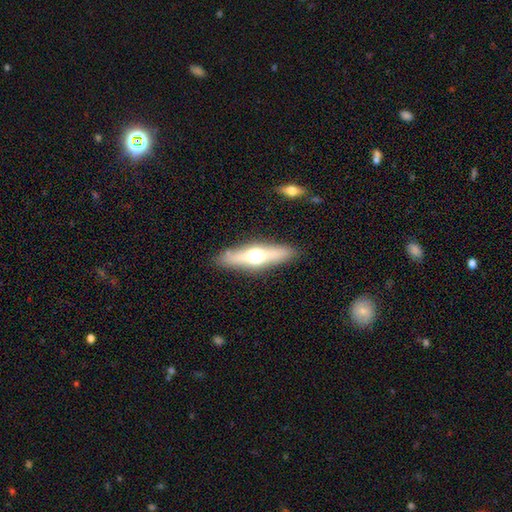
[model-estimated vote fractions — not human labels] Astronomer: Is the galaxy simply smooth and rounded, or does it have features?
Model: featured or disk — 54% (runner-up: smooth, 40%).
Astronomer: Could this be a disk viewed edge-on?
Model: yes — 88%.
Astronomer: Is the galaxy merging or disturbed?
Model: none — 87%.